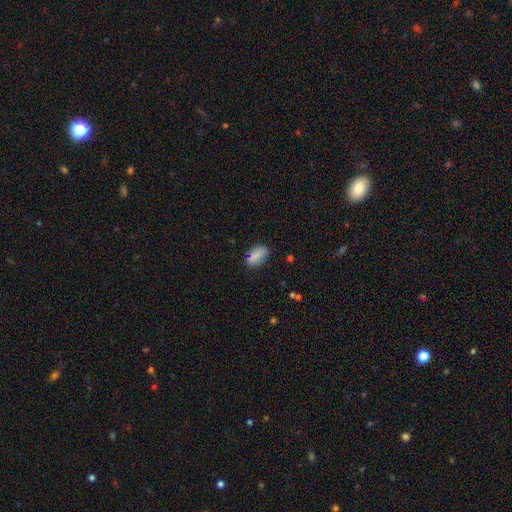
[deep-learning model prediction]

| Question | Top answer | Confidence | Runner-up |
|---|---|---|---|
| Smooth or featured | smooth | 85% | star or artifact (8%) |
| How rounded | in between | 90% | cigar-shaped (6%) |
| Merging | none | 75% | minor disturbance (18%) |